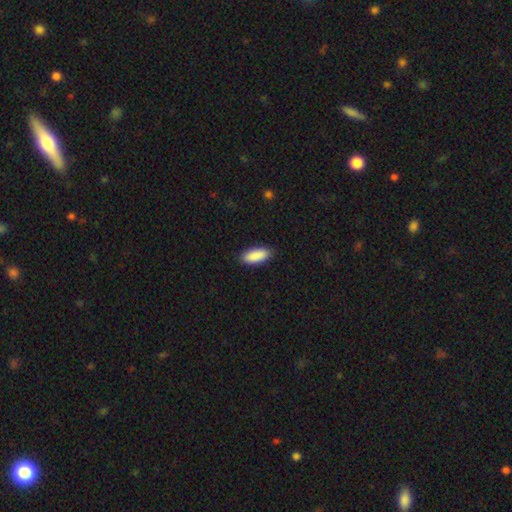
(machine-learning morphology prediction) smooth 91%, star or artifact 6%, featured or disk 4%. Down the decision tree: how rounded — in between (79%); merging — none (89%).